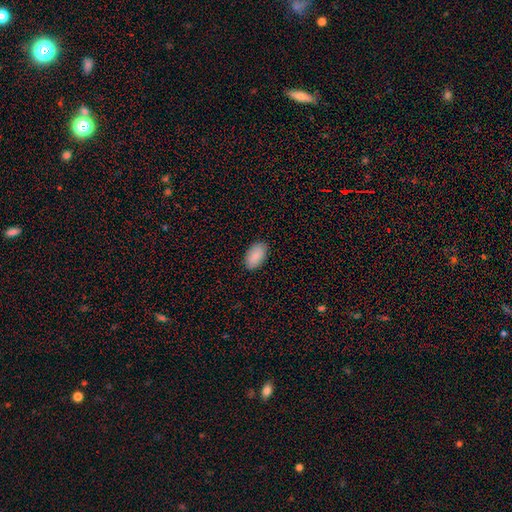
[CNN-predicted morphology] Overall: smooth (89%). How rounded: in between (95%). Merging: none (88%).